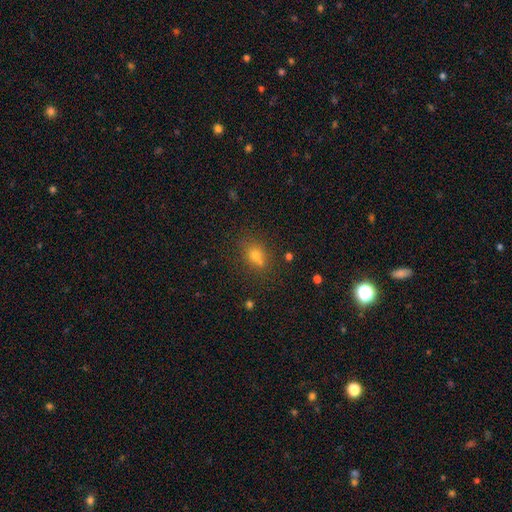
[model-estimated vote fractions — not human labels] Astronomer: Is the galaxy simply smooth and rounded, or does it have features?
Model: smooth — 68%.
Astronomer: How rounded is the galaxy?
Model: round — 49% (runner-up: in between, 48%).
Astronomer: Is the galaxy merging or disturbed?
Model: none — 65%.